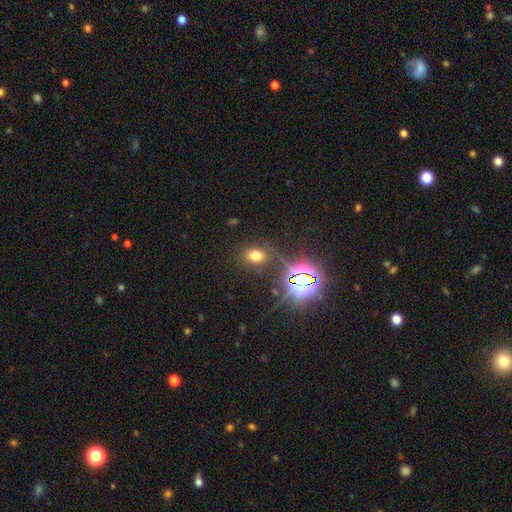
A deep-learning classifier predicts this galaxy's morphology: A smooth galaxy with no disk features (61%) that is in between round and cigar-shaped (70%). Merging: none (82%).